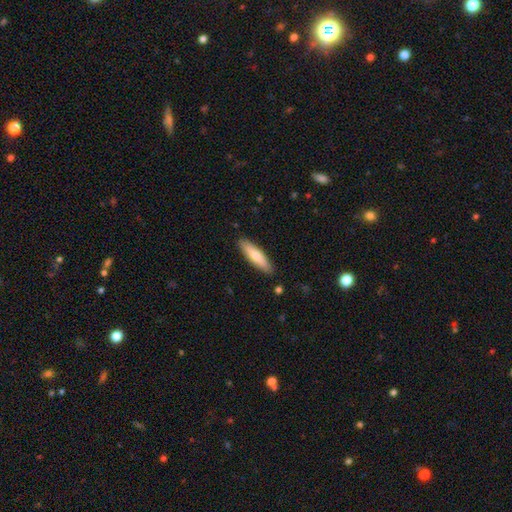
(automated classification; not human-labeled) Smooth or featured: smooth — 71% (featured or disk — 24%)
How rounded: cigar-shaped — 72% (in between — 26%)
Merging: none — 89% (minor disturbance — 8%)